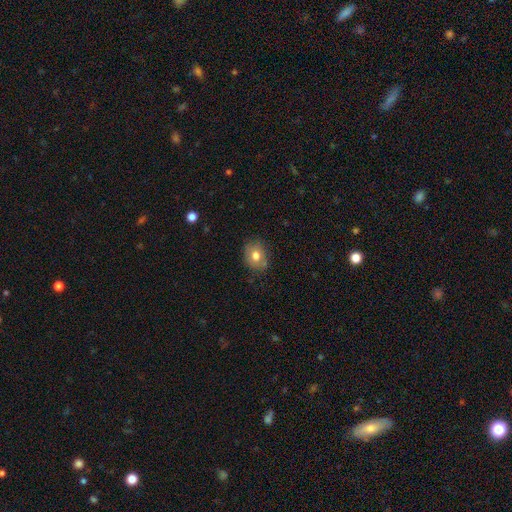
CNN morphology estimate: Overall: smooth (75%). How rounded: round (55%; in between 44%). Merging: none (78%).